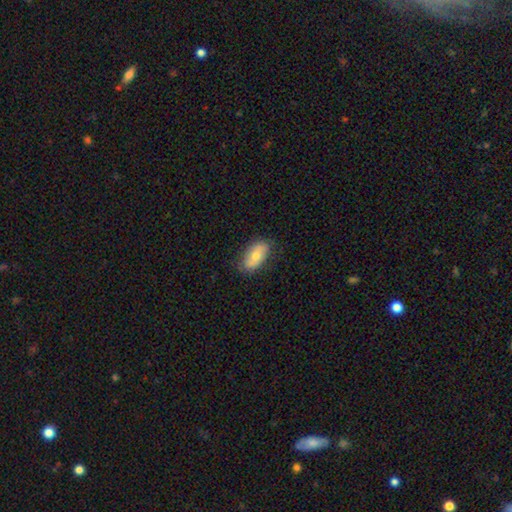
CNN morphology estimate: A smooth galaxy with no disk features (64%) that is in between round and cigar-shaped (91%). Merging: none (79%).